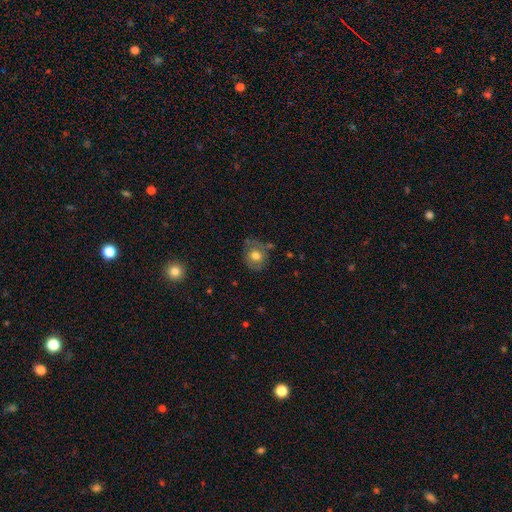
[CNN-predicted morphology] smooth 68%, featured or disk 23%, star or artifact 9%. Down the decision tree: how rounded — round (74%); merging — none (68%).